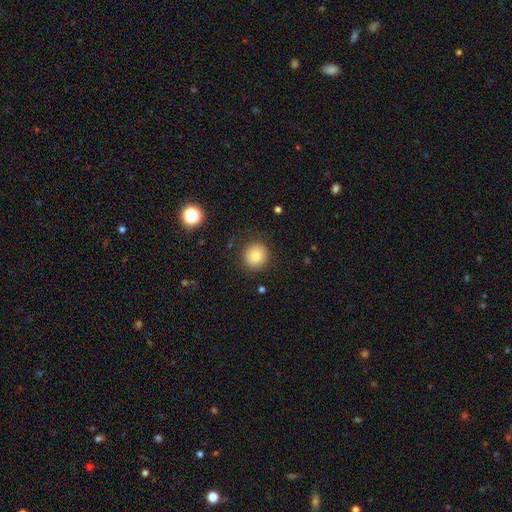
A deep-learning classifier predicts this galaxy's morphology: Overall: smooth (79%). How rounded: round (93%). Merging: none (87%).